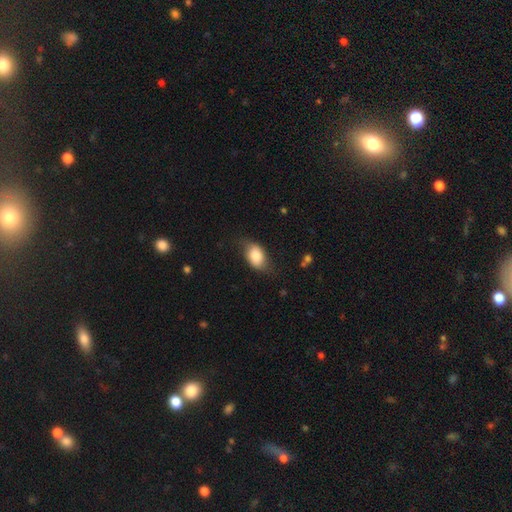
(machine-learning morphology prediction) Q: Smooth or featured?
A: smooth (78%); runner-up: featured or disk (16%)
Q: How rounded?
A: in between (87%); runner-up: round (12%)
Q: Merging?
A: none (63%); runner-up: minor disturbance (27%)